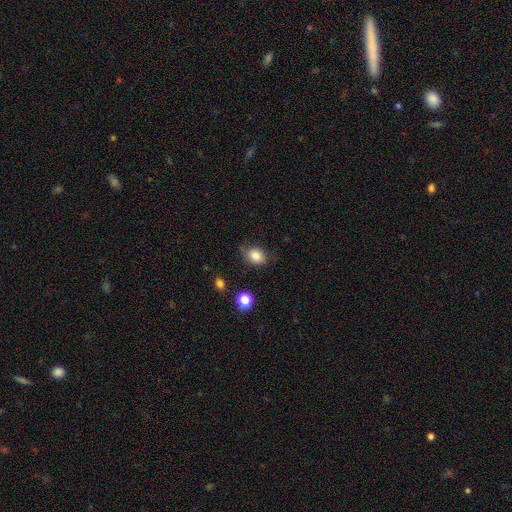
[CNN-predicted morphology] smooth 82%, star or artifact 10%, featured or disk 8%. Down the decision tree: how rounded — in between (53%); merging — none (68%).